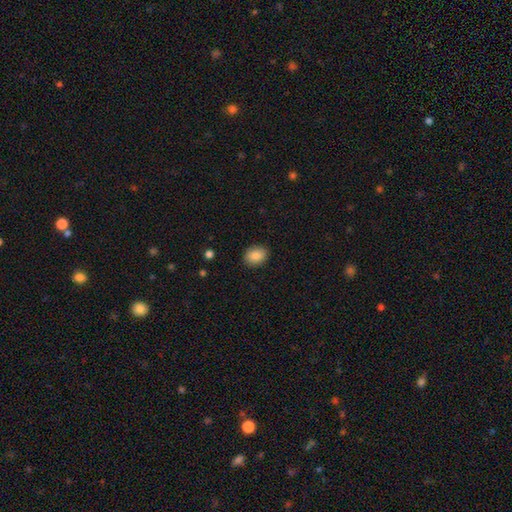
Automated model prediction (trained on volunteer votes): A smooth galaxy with no disk features (87%) that is in between round and cigar-shaped (64%). Merging: none (89%).